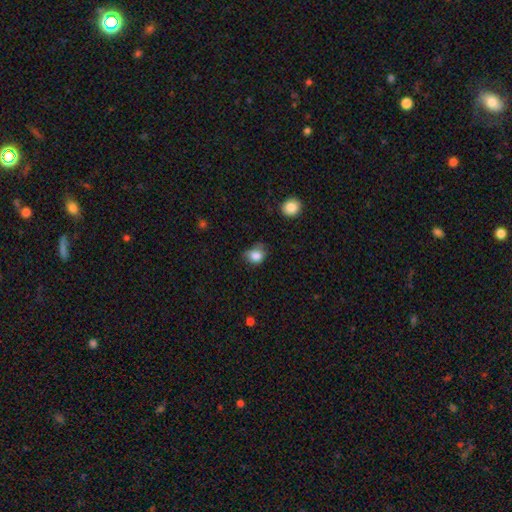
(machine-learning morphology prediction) This is clearly a smooth galaxy (83%). How rounded: possibly round (58%). Merging: possibly none (46%).